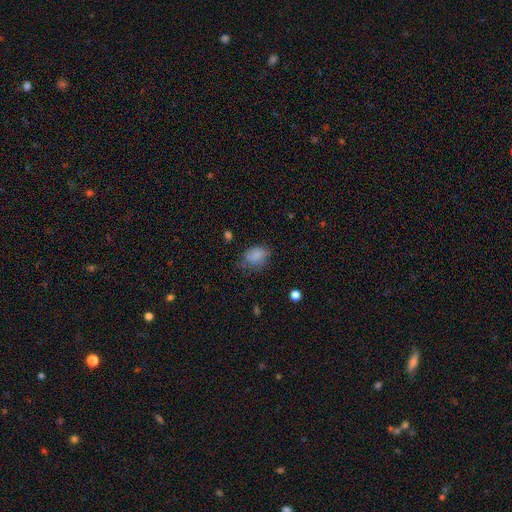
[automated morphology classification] The model was most divided on "merging": none: 52%, minor disturbance: 32%, major disturbance: 14%, merger: 2%. More confident: smooth or featured — smooth (79%); how rounded — in between (72%).